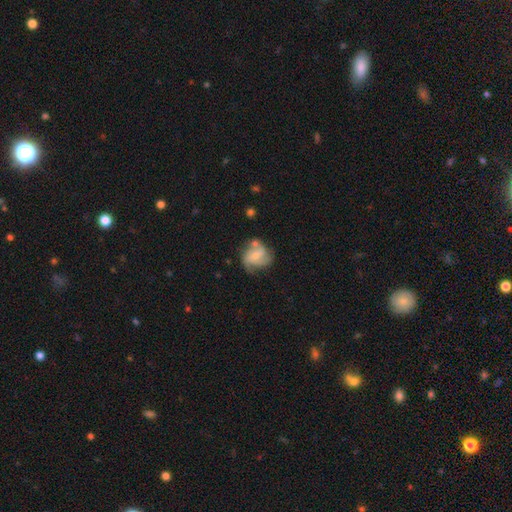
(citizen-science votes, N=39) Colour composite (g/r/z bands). It shows a smooth galaxy with no disk features (46%, tied with featured or disk) that is round (61%). Merging: none (61%).